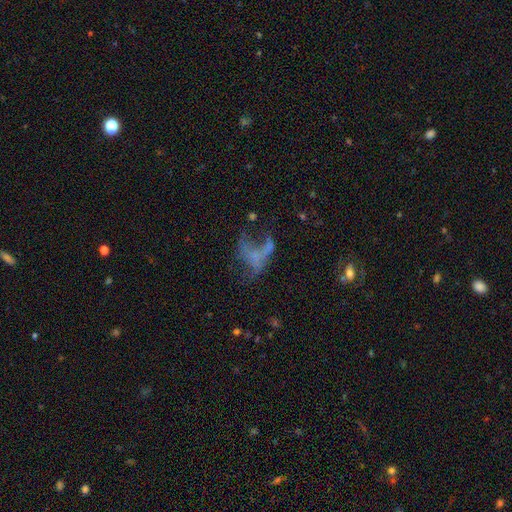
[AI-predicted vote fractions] smooth_or_featured: featured or disk (p=0.52) [alt: smooth p=0.27]
disk_edge_on: no (p=0.96) [alt: yes p=0.04]
bar: no (p=0.88) [alt: weak p=0.08]
has_spiral_arms: no (p=0.86) [alt: yes p=0.14]
bulge_size: none (p=0.82) [alt: small p=0.10]
merging: major disturbance (p=0.47) [alt: none p=0.29]